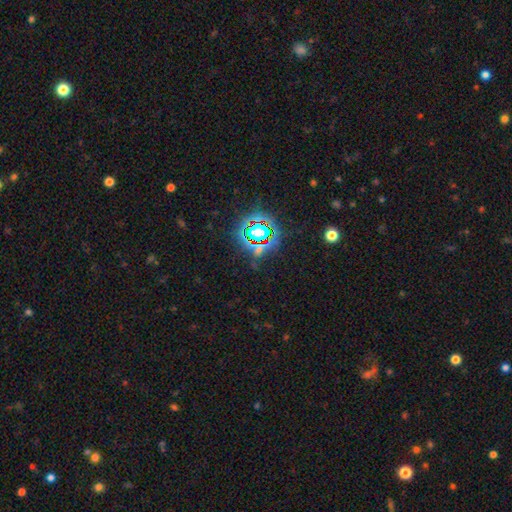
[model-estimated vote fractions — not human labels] The model was most divided on "smooth or featured": star or artifact: 80%, smooth: 12%, featured or disk: 8%.